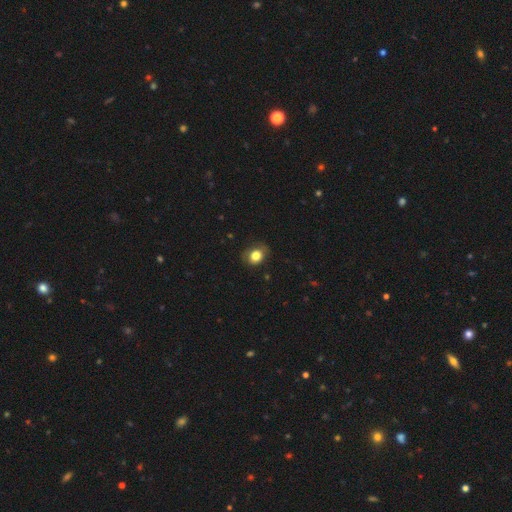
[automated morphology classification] Smooth or featured? Predicted: smooth (p=0.81). How rounded? Predicted: round (p=0.54). Merging? Predicted: none (p=0.77).